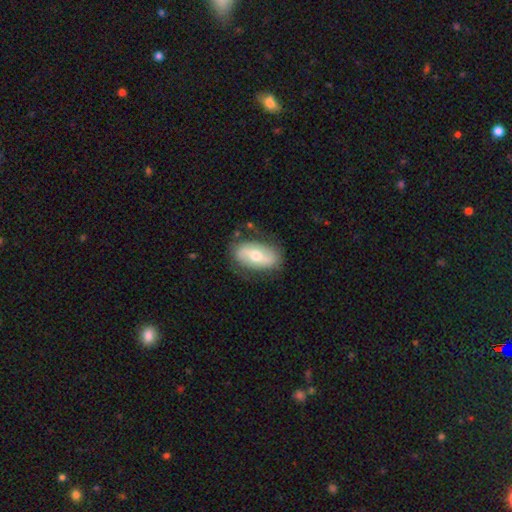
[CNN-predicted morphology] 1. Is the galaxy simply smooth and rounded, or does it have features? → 48% smooth, 46% featured or disk, 6% star or artifact.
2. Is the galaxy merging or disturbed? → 76% none, 17% minor disturbance, 5% major disturbance, 2% merger.